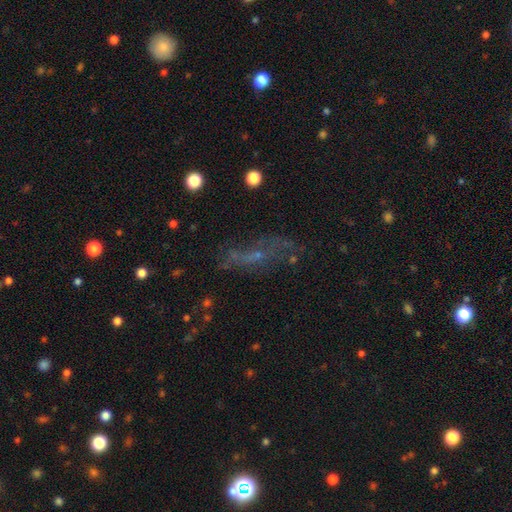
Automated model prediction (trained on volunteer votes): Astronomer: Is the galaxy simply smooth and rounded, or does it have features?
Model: featured or disk — 45% (runner-up: smooth, 34%).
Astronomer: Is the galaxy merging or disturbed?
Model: none — 52%.